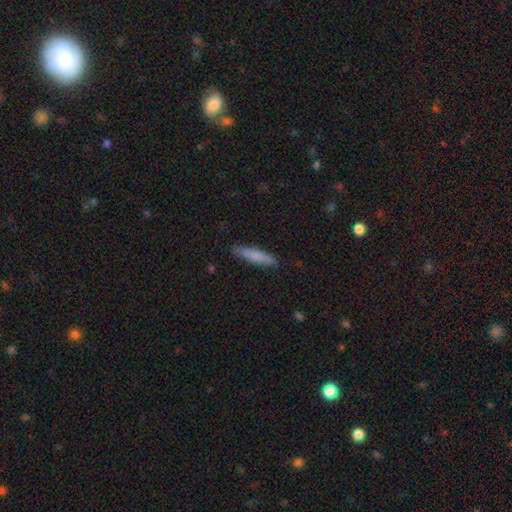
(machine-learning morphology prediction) Overall: smooth (78%). How rounded: cigar-shaped (85%). Merging: none (86%).